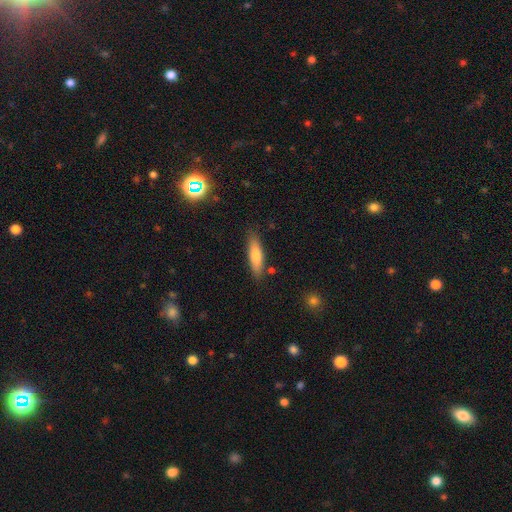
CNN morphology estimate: A smooth galaxy with no disk features (74%) that is cigar-shaped (64%). Merging: none (81%).